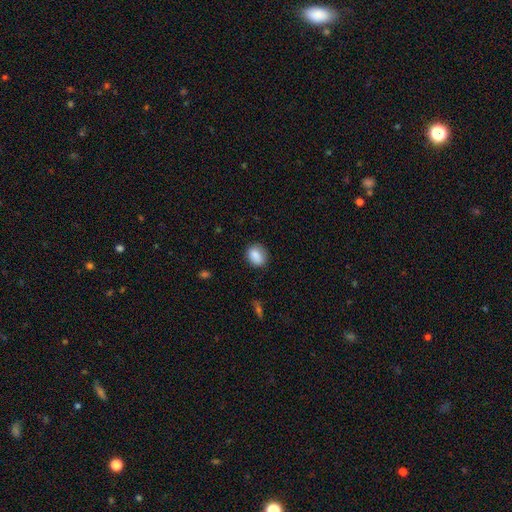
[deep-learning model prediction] Morphology: type=smooth (87%); roundness=in between (52%); merging=none (79%).